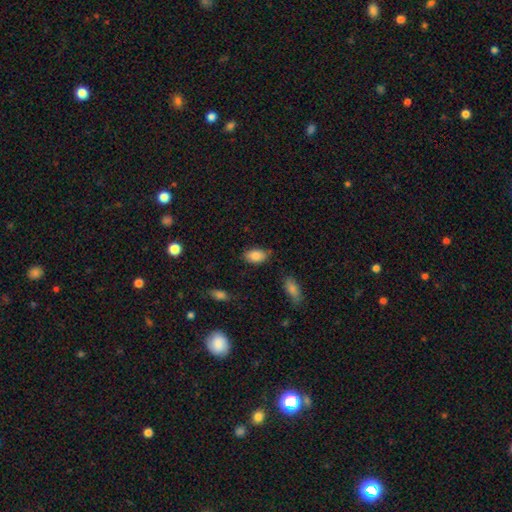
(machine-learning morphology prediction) smooth_or_featured: smooth (p=0.86) [alt: star or artifact p=0.08]
how_rounded: in between (p=0.92) [alt: round p=0.06]
merging: none (p=0.76) [alt: minor disturbance p=0.17]